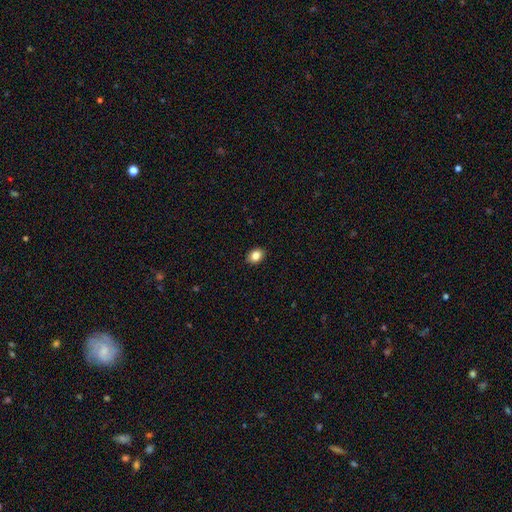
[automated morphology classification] Overall: smooth (85%). How rounded: in between (66%; round 33%). Merging: none (90%).